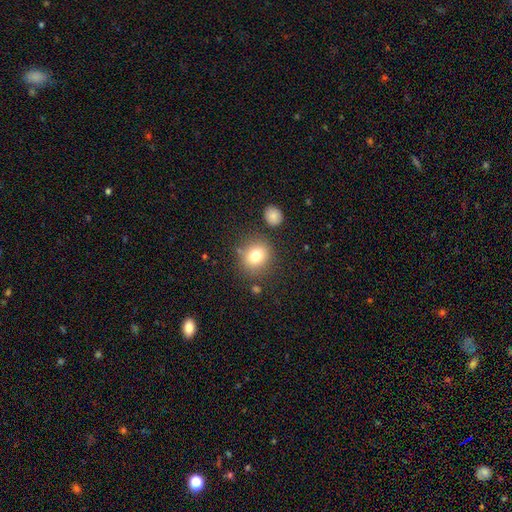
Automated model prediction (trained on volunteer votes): Q: Smooth or featured?
A: smooth (77%); runner-up: star or artifact (13%)
Q: How rounded?
A: round (79%); runner-up: in between (20%)
Q: Merging?
A: none (80%); runner-up: minor disturbance (11%)